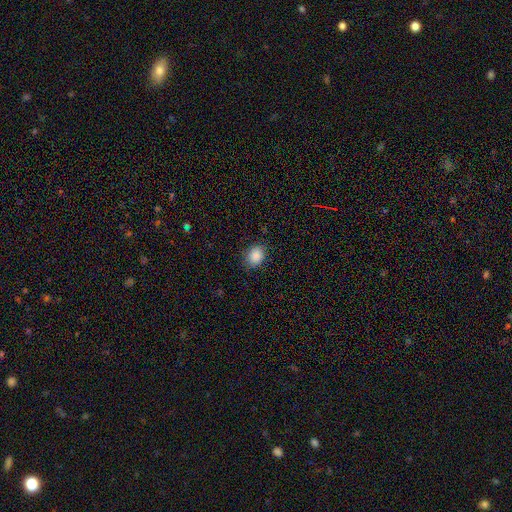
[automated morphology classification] smooth-or-featured: smooth: 88% | star or artifact: 8% | featured or disk: 4%
  how-rounded: in between: 53% | round: 46% | cigar-shaped: 1%
  merging: none: 82% | minor disturbance: 14% | major disturbance: 3% | merger: 1%